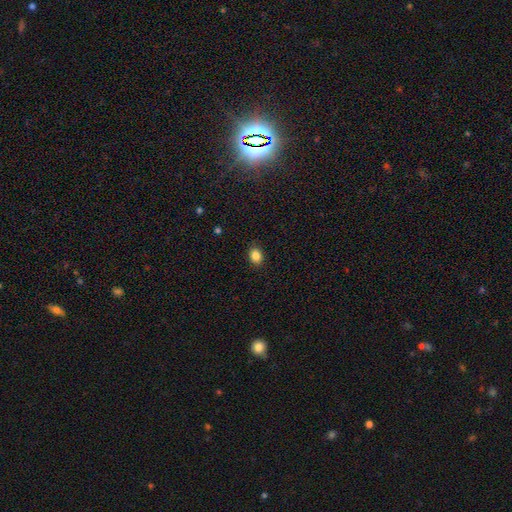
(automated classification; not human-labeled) This is clearly a smooth galaxy (85%). How rounded: possibly in between (57%). Merging: clearly none (87%).